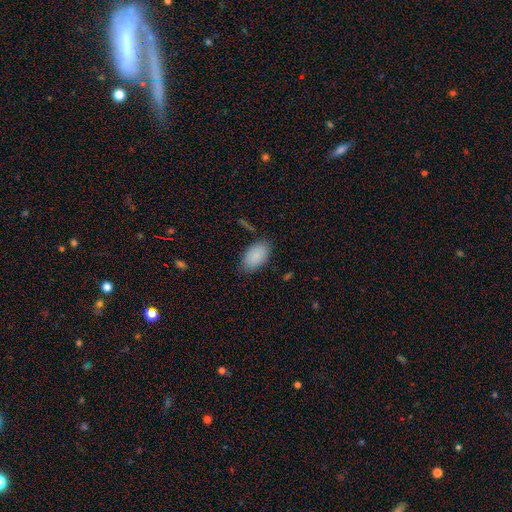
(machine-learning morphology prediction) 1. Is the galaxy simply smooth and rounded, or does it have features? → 87% smooth, 6% star or artifact, 6% featured or disk.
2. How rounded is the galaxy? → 93% in between, 5% round, 2% cigar-shaped.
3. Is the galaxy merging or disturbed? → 80% none, 15% minor disturbance, 4% major disturbance, 2% merger.